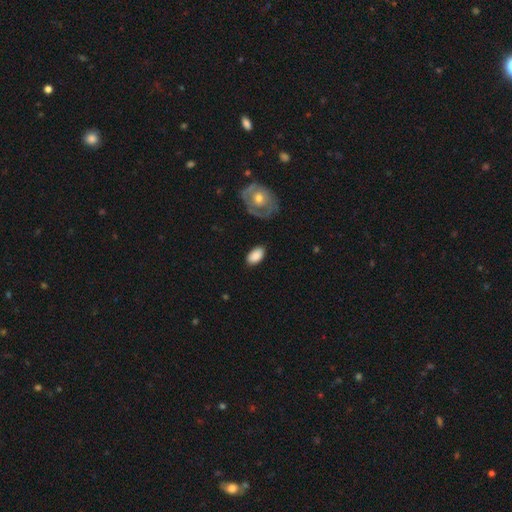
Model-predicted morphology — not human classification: smooth_or_featured: smooth (p=0.85) [alt: featured or disk p=0.08]
how_rounded: in between (p=0.92) [alt: round p=0.06]
merging: none (p=0.82) [alt: minor disturbance p=0.13]